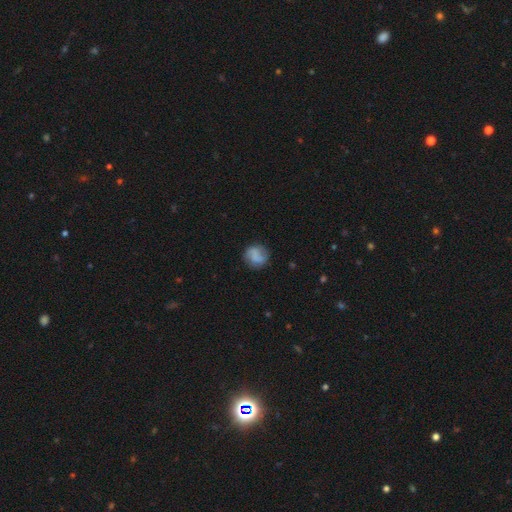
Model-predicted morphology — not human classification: Q: Smooth or featured?
A: smooth (61%); runner-up: featured or disk (31%)
Q: How rounded?
A: round (83%); runner-up: in between (16%)
Q: Merging?
A: none (74%); runner-up: minor disturbance (17%)